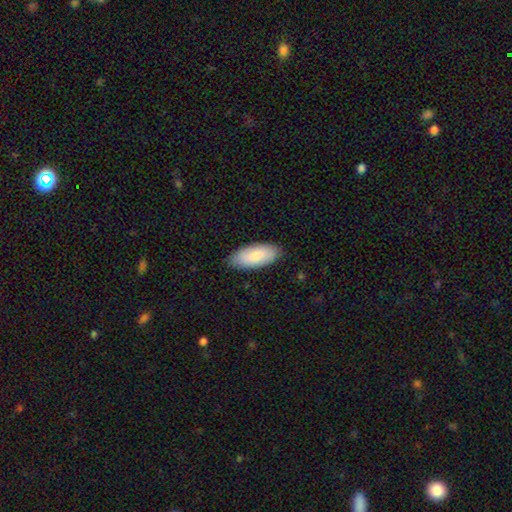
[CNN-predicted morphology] smooth-or-featured: smooth: 82% | featured or disk: 13% | star or artifact: 5%
  how-rounded: in between: 89% | cigar-shaped: 9% | round: 2%
  merging: none: 83% | minor disturbance: 13% | major disturbance: 2% | merger: 1%